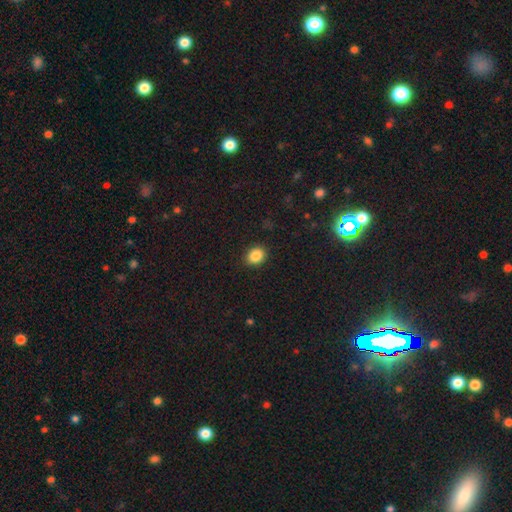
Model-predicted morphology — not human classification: type=smooth (87%); roundness=round (51%); merging=none (89%).